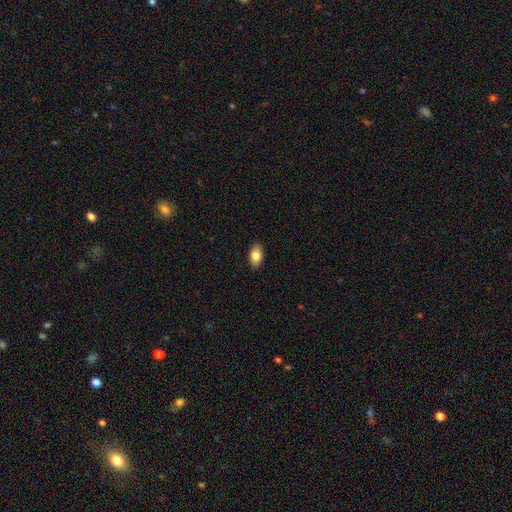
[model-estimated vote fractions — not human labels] This is clearly a smooth galaxy (81%). How rounded: clearly in between (91%). Merging: clearly none (89%).